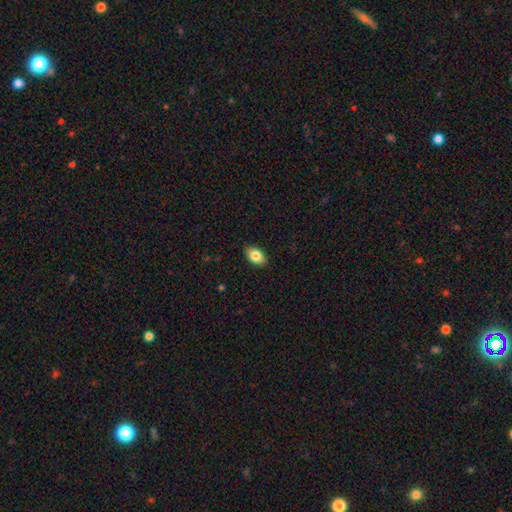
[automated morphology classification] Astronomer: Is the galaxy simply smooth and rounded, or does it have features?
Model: smooth — 83%.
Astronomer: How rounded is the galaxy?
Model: in between — 88%.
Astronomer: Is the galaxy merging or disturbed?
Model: none — 88%.